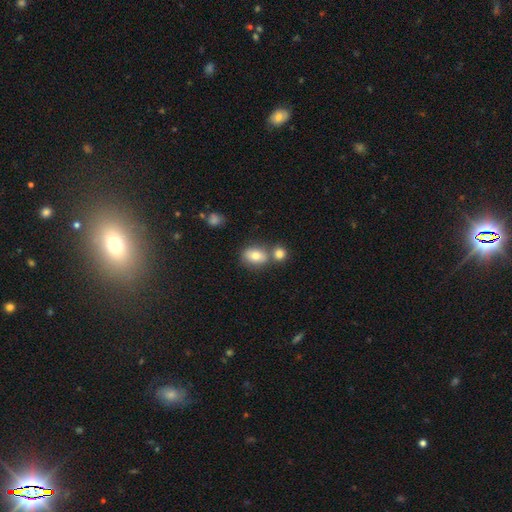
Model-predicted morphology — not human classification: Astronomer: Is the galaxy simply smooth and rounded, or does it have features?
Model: smooth — 78%.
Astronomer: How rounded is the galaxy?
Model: in between — 72%.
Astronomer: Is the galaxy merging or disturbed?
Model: none — 54% (runner-up: merger, 32%).